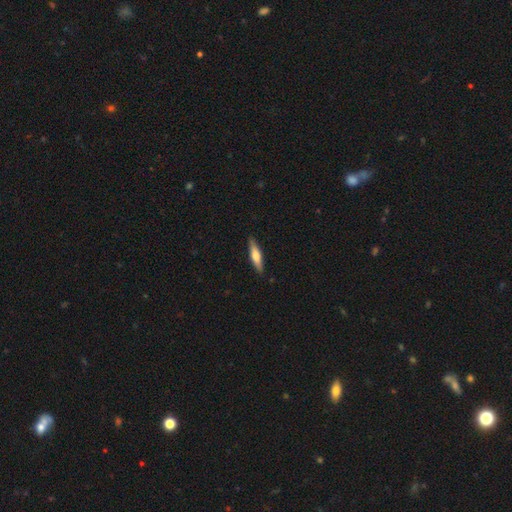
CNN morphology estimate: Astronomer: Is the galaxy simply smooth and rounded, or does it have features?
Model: smooth — 55% (runner-up: featured or disk, 40%).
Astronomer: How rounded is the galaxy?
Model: cigar-shaped — 78%.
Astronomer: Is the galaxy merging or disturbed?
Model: none — 89%.